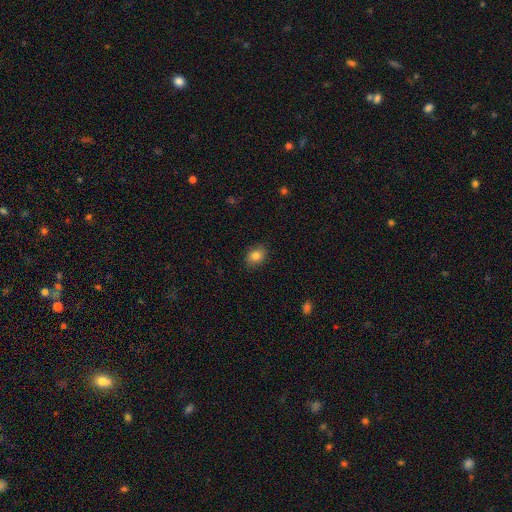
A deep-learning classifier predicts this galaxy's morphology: Q: Smooth or featured?
A: smooth (83%); runner-up: star or artifact (9%)
Q: How rounded?
A: in between (55%); runner-up: round (44%)
Q: Merging?
A: none (85%); runner-up: minor disturbance (12%)